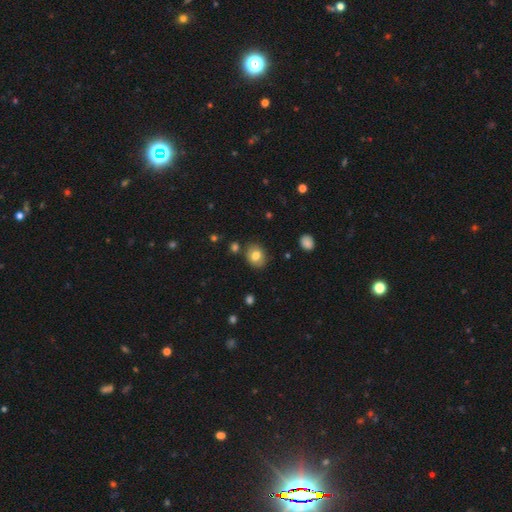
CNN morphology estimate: Smooth or featured?
  - smooth: 77% *
  - featured or disk: 14%
  - star or artifact: 10%
How rounded?
  - round: 55% *
  - in between: 44%
  - cigar-shaped: 1%
Merging?
  - none: 79% *
  - minor disturbance: 13%
  - merger: 4%
  - major disturbance: 3%